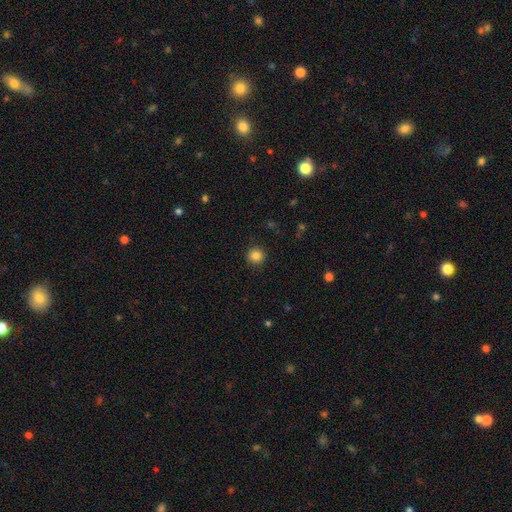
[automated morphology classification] This appears to be a smooth galaxy with no disk features (84%) that is round (95%). Merging: none (91%).